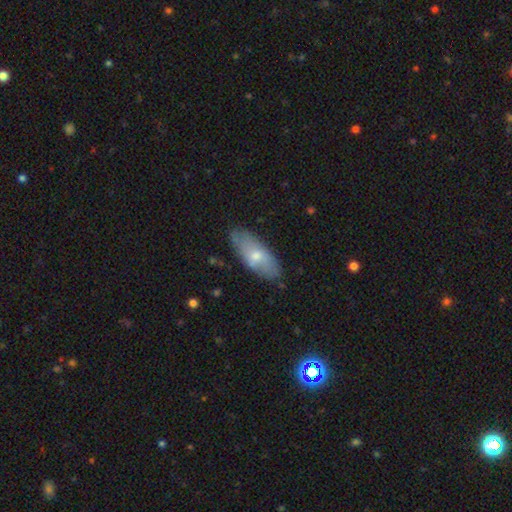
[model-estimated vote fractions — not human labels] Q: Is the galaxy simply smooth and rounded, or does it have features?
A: smooth — 60%.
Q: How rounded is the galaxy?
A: in between — 80%.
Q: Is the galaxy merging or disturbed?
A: none — 80%.